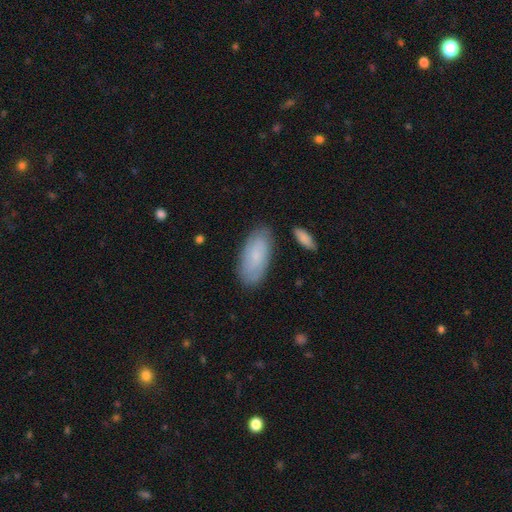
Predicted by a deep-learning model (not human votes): smooth-or-featured: smooth: 62% | featured or disk: 31% | star or artifact: 7%
  how-rounded: in between: 90% | cigar-shaped: 8% | round: 2%
  merging: none: 80% | minor disturbance: 14% | merger: 3% | major disturbance: 3%